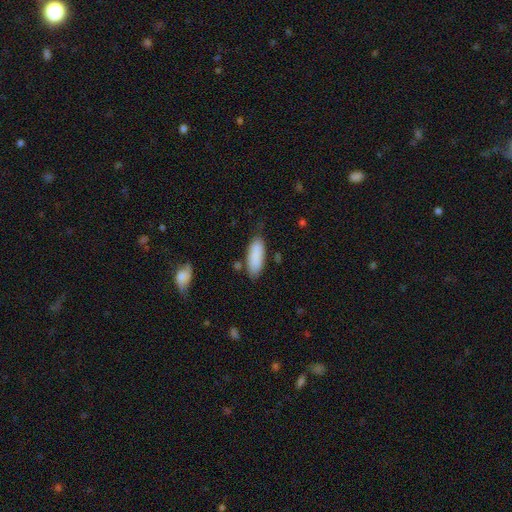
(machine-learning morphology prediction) Smooth or featured? Predicted: smooth (p=0.87). How rounded? Predicted: in between (p=0.74). Merging? Predicted: none (p=0.73).